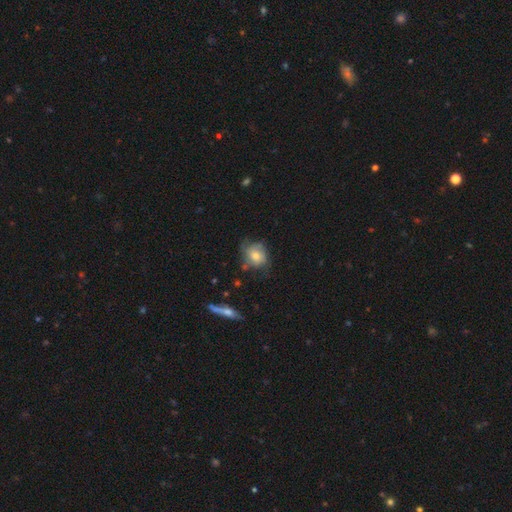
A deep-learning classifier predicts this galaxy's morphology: Smooth or featured? smooth (56%)
How rounded? round (59%)
Merging? none (55%)